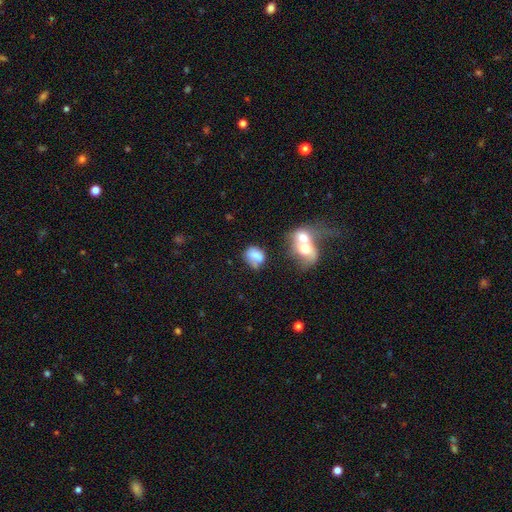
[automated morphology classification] Smooth or featured? smooth (70%)
How rounded? in between (62%)
Merging? none (34%)